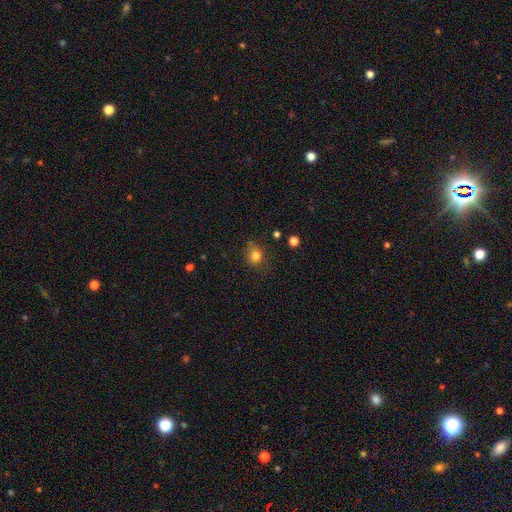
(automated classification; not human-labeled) Smooth or featured?
  - smooth: 81% *
  - star or artifact: 13%
  - featured or disk: 6%
How rounded?
  - round: 75% *
  - in between: 24%
  - cigar-shaped: 1%
Merging?
  - none: 74% *
  - minor disturbance: 18%
  - major disturbance: 5%
  - merger: 3%